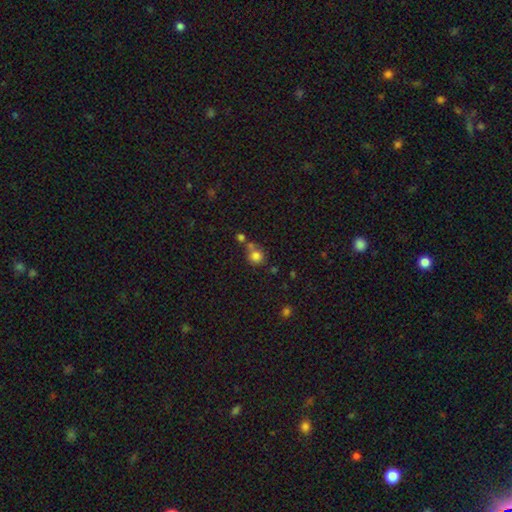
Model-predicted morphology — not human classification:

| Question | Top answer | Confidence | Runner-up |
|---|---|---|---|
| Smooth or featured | smooth | 80% | star or artifact (12%) |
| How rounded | round | 87% | in between (12%) |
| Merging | none | 52% | merger (30%) |